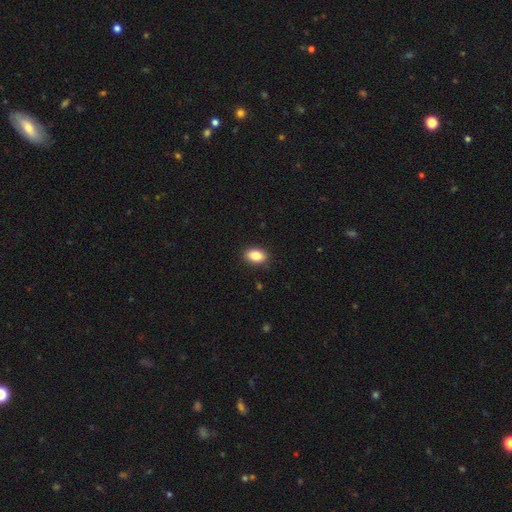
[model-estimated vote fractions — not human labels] smooth-or-featured: smooth: 85% | star or artifact: 8% | featured or disk: 7%
  how-rounded: in between: 86% | round: 13% | cigar-shaped: 2%
  merging: none: 89% | minor disturbance: 8% | major disturbance: 2% | merger: 1%